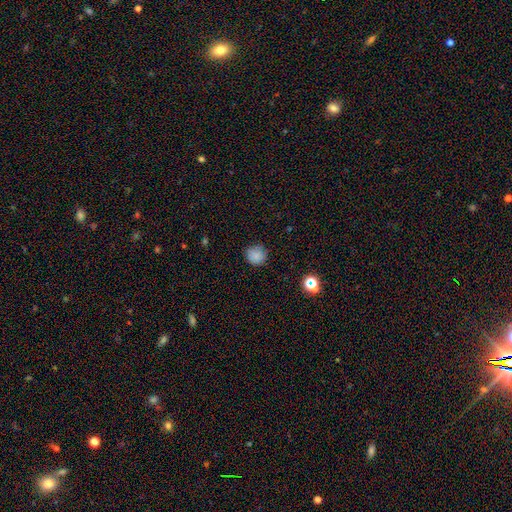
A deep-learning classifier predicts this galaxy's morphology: Smooth or featured? smooth (83%)
How rounded? round (92%)
Merging? none (82%)